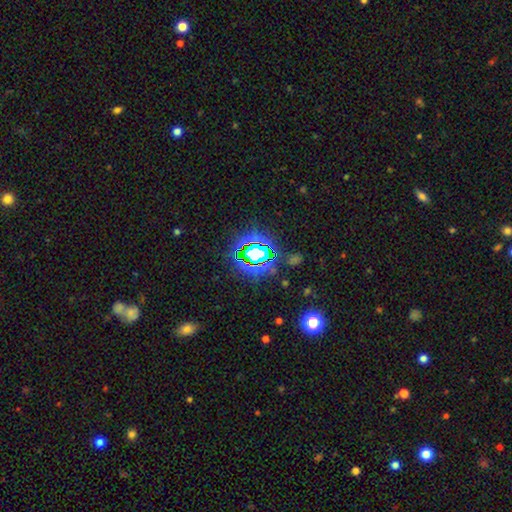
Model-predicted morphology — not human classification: The model was most divided on "smooth or featured": star or artifact: 74%, smooth: 16%, featured or disk: 10%.